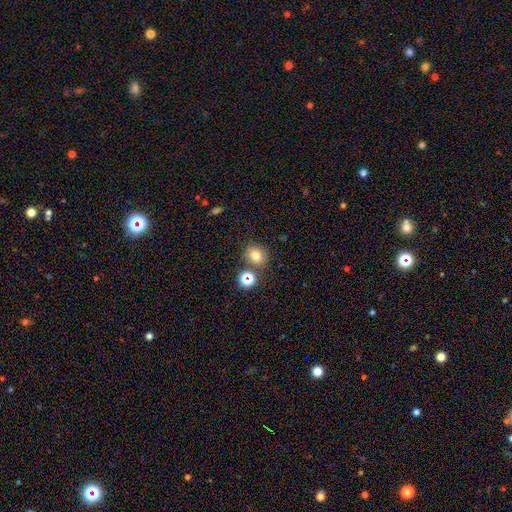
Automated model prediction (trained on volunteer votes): A smooth galaxy with no disk features (75%) that is round (68%). Merging: none (73%).